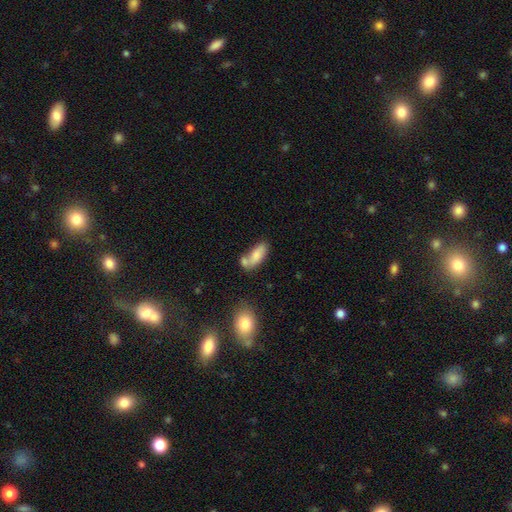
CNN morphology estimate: Overall: smooth (77%). How rounded: in between (80%). Merging: none (40%; merger 37%).